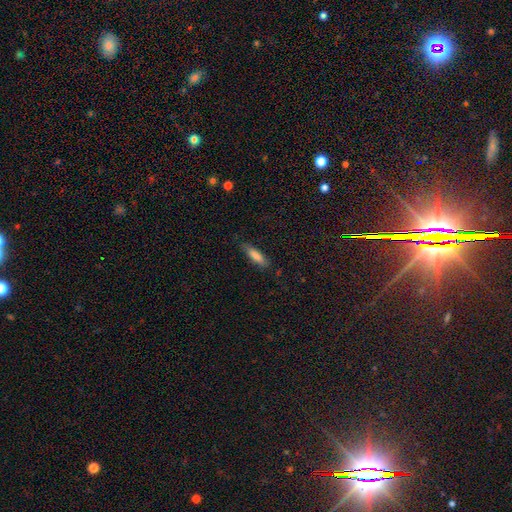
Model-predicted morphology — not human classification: smooth_or_featured: smooth (p=0.79) [alt: featured or disk p=0.15]
how_rounded: cigar-shaped (p=0.68) [alt: in between p=0.30]
merging: none (p=0.81) [alt: minor disturbance p=0.15]